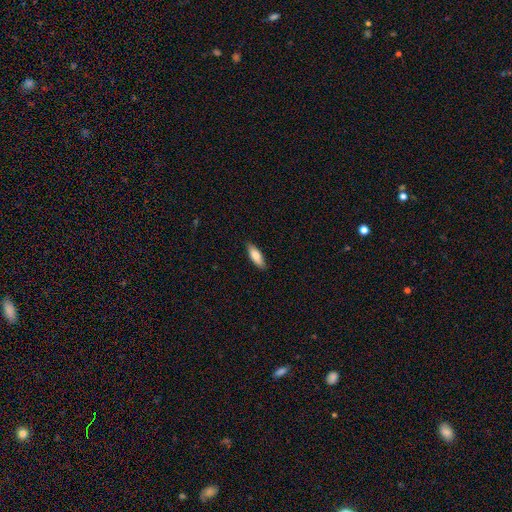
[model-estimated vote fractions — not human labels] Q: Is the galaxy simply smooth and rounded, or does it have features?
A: smooth — 81%.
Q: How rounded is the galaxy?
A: in between — 59%.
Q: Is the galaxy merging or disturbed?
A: none — 87%.